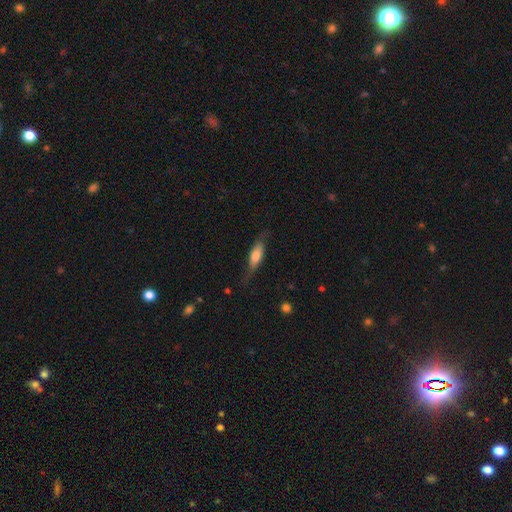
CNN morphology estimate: A smooth galaxy with no disk features (59%) that is in between round and cigar-shaped (50%).

Vote fractions:
- Smooth or featured? smooth: 59% / featured or disk: 35% / star or artifact: 6%
- How rounded? in between: 50% / cigar-shaped: 48% / round: 3%
- Merging? none: 65% / minor disturbance: 25% / major disturbance: 9% / merger: 2%